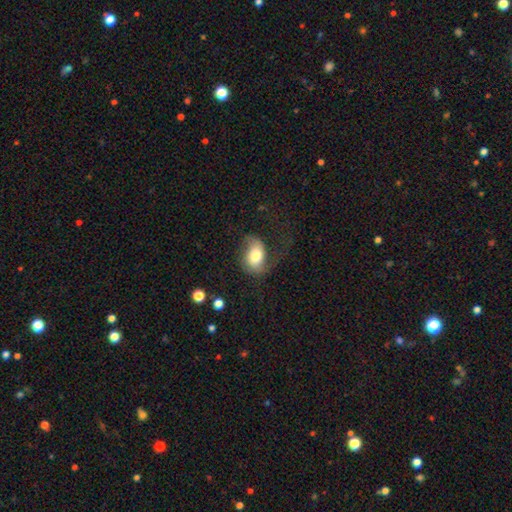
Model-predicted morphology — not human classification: smooth_or_featured: smooth (p=0.55) [alt: featured or disk p=0.38]
how_rounded: in between (p=0.79) [alt: round p=0.20]
merging: none (p=0.41) [alt: major disturbance p=0.32]